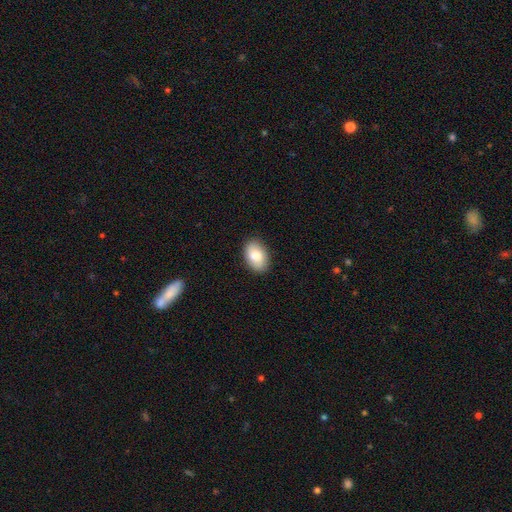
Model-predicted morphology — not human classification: Q: Smooth or featured?
A: smooth (82%); runner-up: featured or disk (12%)
Q: How rounded?
A: in between (90%); runner-up: round (9%)
Q: Merging?
A: none (87%); runner-up: minor disturbance (10%)